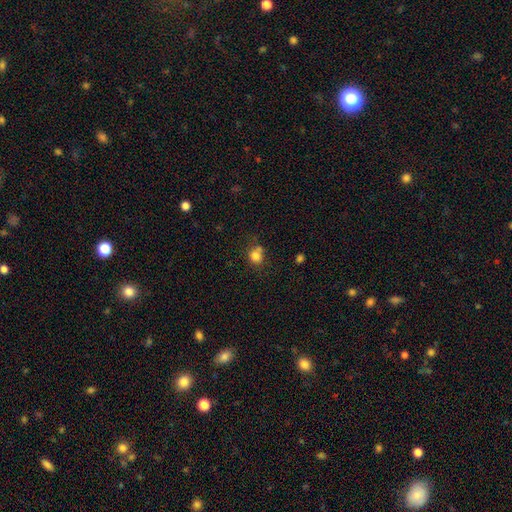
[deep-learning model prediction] Smooth or featured?
  - smooth: 81% *
  - star or artifact: 12%
  - featured or disk: 7%
How rounded?
  - round: 77% *
  - in between: 22%
  - cigar-shaped: 1%
Merging?
  - none: 56% *
  - merger: 20%
  - minor disturbance: 18%
  - major disturbance: 6%